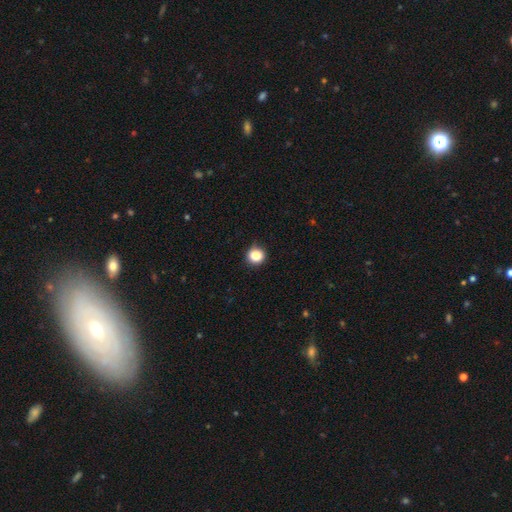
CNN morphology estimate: smooth_or_featured: smooth (p=0.86) [alt: star or artifact p=0.11]
how_rounded: round (p=0.89) [alt: in between p=0.10]
merging: none (p=0.86) [alt: minor disturbance p=0.11]